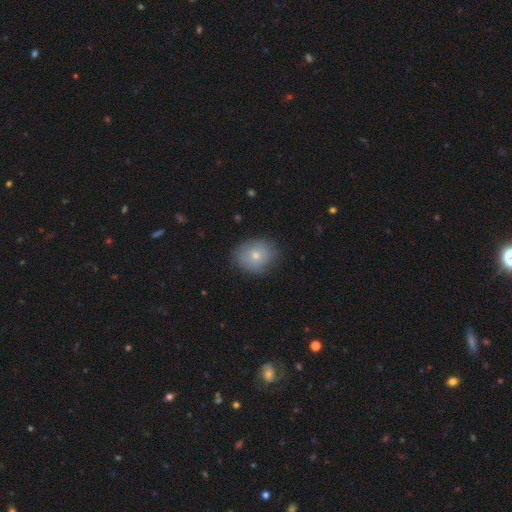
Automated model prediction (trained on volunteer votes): The model was most divided on "how rounded": round: 62%, in between: 37%, cigar-shaped: 1%. More confident: merging — none (77%); smooth or featured — smooth (71%).